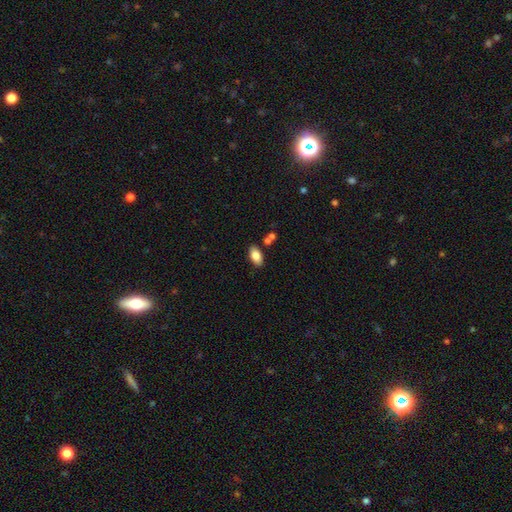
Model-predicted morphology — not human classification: This appears to be a smooth galaxy with no disk features (83%) that is in between round and cigar-shaped (93%). Merging: none (81%).